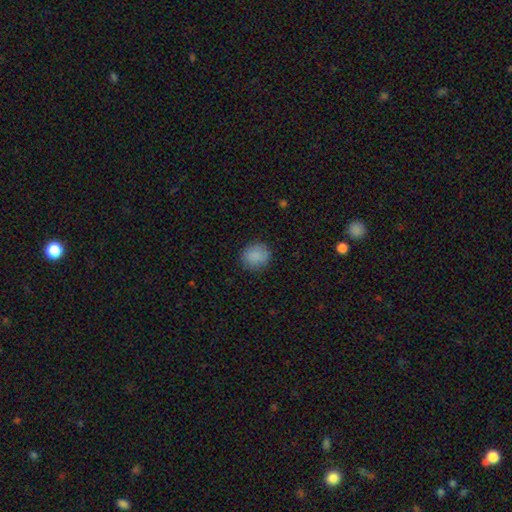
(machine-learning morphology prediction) type=smooth (87%); roundness=round (83%); merging=none (87%).